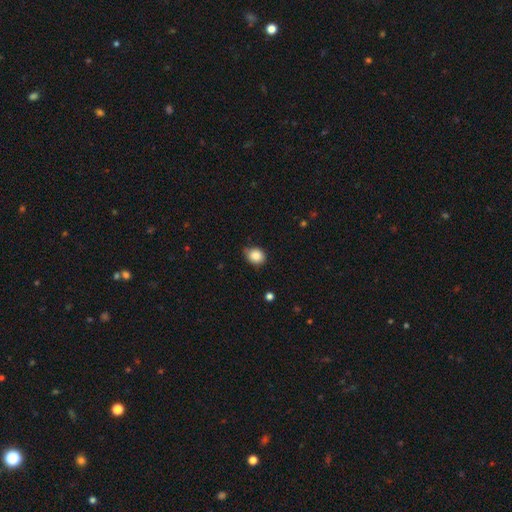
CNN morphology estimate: This appears to be a smooth galaxy with no disk features (87%) that is round (61%). Merging: none (70%).